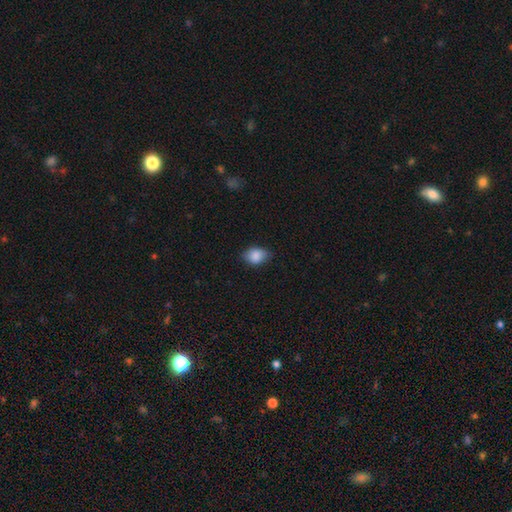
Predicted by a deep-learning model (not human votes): Smooth or featured?
  - smooth: 87% *
  - star or artifact: 8%
  - featured or disk: 5%
How rounded?
  - in between: 72% *
  - round: 26%
  - cigar-shaped: 1%
Merging?
  - none: 75% *
  - minor disturbance: 20%
  - major disturbance: 3%
  - merger: 1%